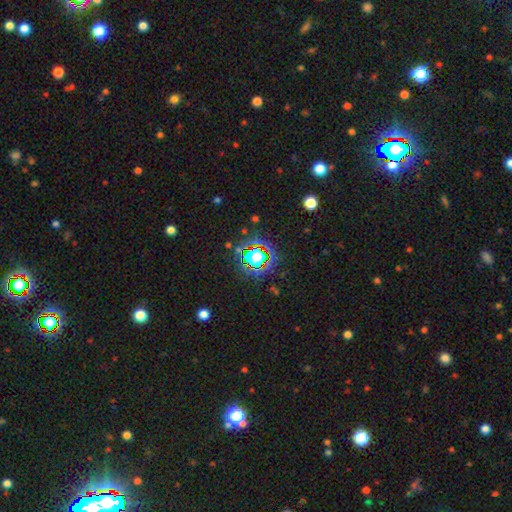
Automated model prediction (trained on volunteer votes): Morphology: type=star or artifact (61%).